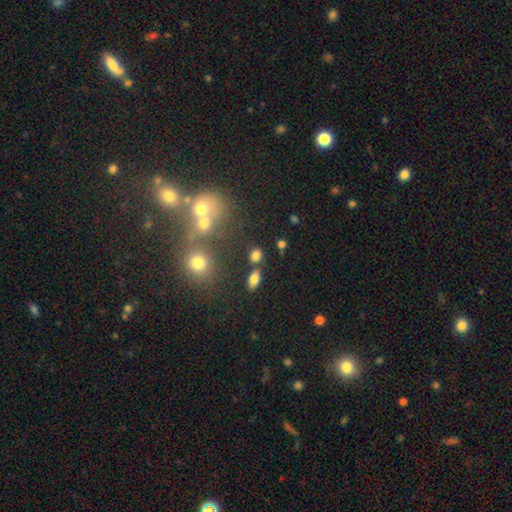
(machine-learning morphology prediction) smooth 77%, star or artifact 14%, featured or disk 10%. Down the decision tree: how rounded — in between (64%); merging — none (69%).